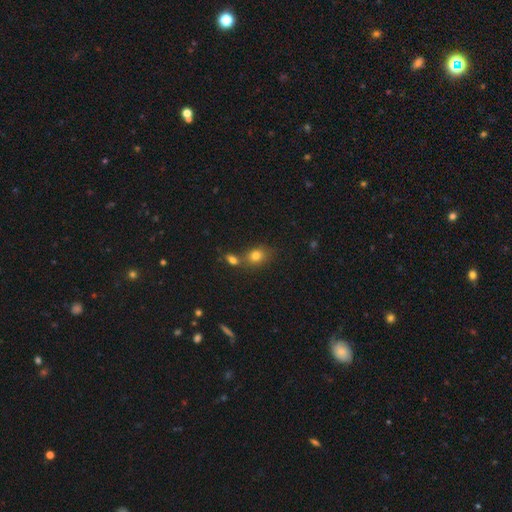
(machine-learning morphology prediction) Smooth or featured? smooth (79%)
How rounded? in between (53%)
Merging? none (54%)